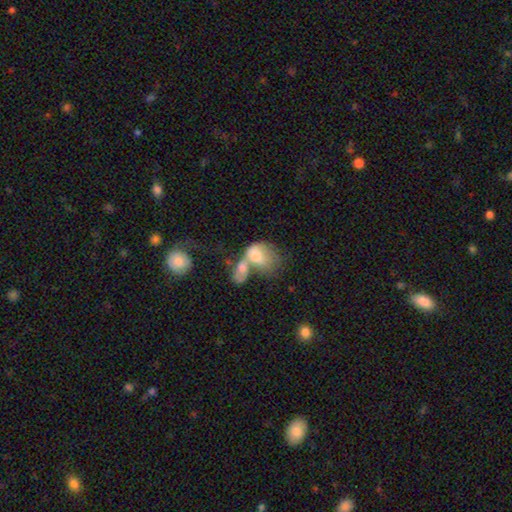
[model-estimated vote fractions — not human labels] smooth 64%, featured or disk 29%, star or artifact 8%. Down the decision tree: how rounded — in between (71%); merging — merger (71%).